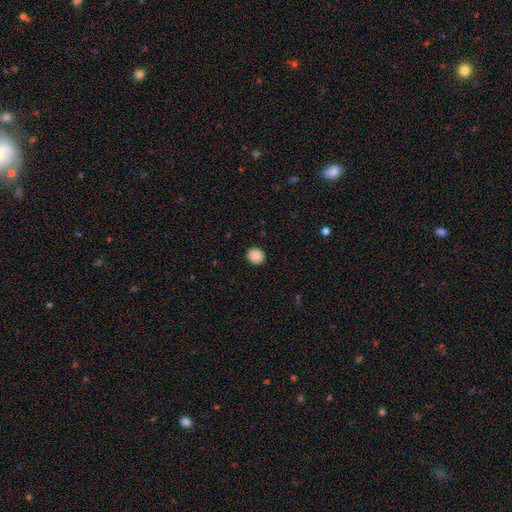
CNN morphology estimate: type=smooth (89%); roundness=round (89%); merging=none (92%).